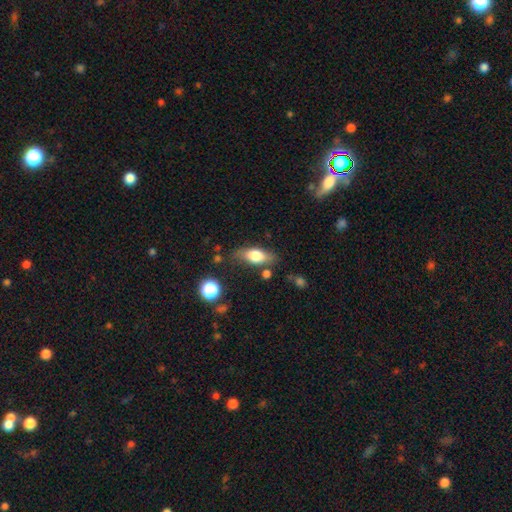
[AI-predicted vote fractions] smooth_or_featured: smooth (p=0.67) [alt: featured or disk p=0.25]
how_rounded: in between (p=0.76) [alt: cigar-shaped p=0.18]
merging: none (p=0.72) [alt: minor disturbance p=0.18]